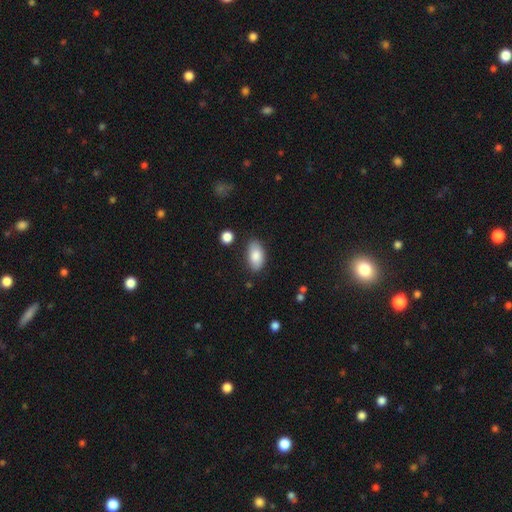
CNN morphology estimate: Overall: smooth (85%). How rounded: in between (93%). Merging: none (80%).